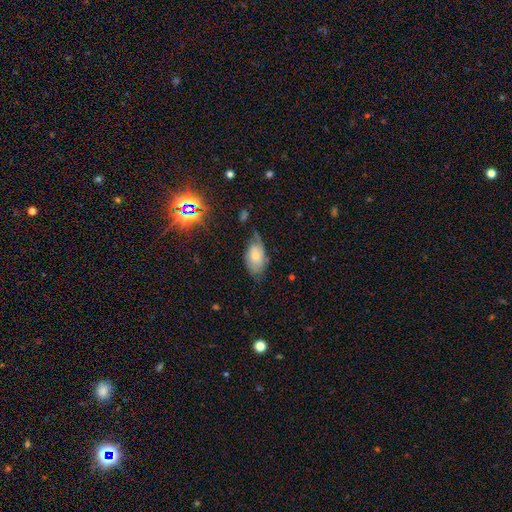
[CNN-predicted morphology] The model was most divided on "merging": none: 50%, minor disturbance: 34%, major disturbance: 13%, merger: 3%. More confident: how rounded — in between (91%); smooth or featured — smooth (55%).